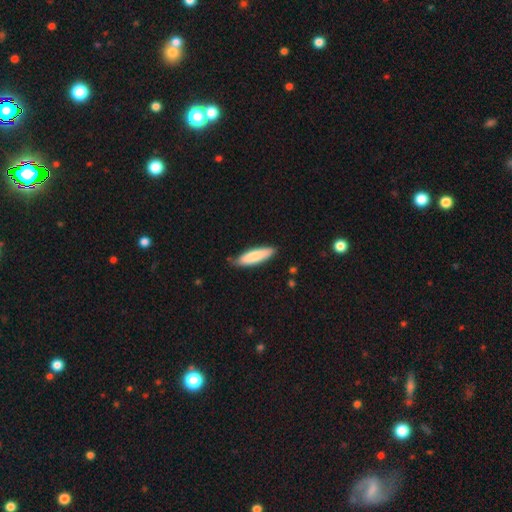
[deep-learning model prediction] This is clearly a smooth galaxy (82%). How rounded: likely cigar-shaped (61%). Merging: likely none (78%).